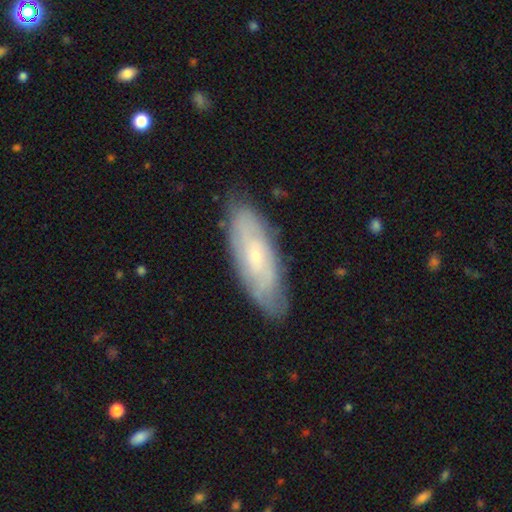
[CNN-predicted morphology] smooth-or-featured: featured or disk: 62% | smooth: 32% | star or artifact: 6%
  disk-edge-on: no: 81% | yes: 19%
    bar: no: 75% | weak: 21% | strong: 4%
    has-spiral-arms: yes: 75% | no: 25%
    bulge-size: small: 78% | moderate: 18% | none: 2% | large: 1% | dominant: 1%
  merging: none: 79% | minor disturbance: 16% | major disturbance: 3% | merger: 1%